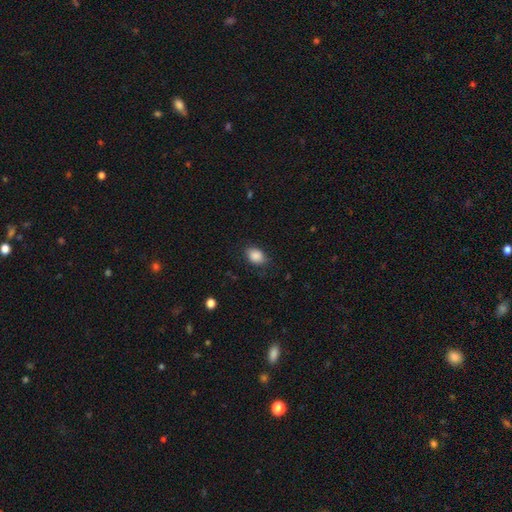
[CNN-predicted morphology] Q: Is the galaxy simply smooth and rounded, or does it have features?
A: smooth — 88%.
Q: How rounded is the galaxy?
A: in between — 76%.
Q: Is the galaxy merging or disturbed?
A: none — 76%.